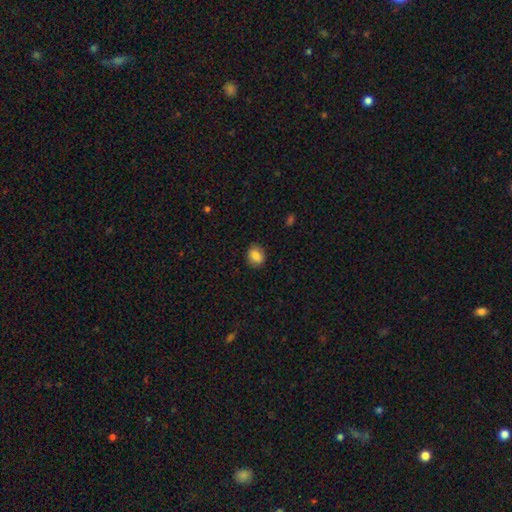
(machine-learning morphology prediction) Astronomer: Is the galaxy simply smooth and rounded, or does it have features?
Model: smooth — 83%.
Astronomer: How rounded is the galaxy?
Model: in between — 51% (runner-up: round, 48%).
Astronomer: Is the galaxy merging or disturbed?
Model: none — 86%.